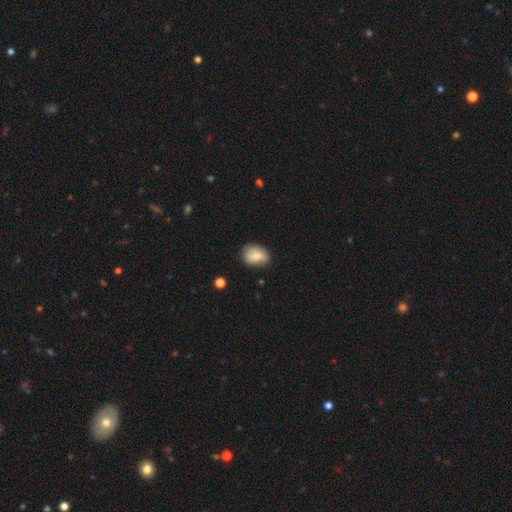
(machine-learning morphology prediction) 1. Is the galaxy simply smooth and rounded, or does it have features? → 71% smooth, 21% featured or disk, 8% star or artifact.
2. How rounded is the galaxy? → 69% in between, 29% round, 1% cigar-shaped.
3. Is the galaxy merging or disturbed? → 70% none, 24% minor disturbance, 5% major disturbance, 2% merger.